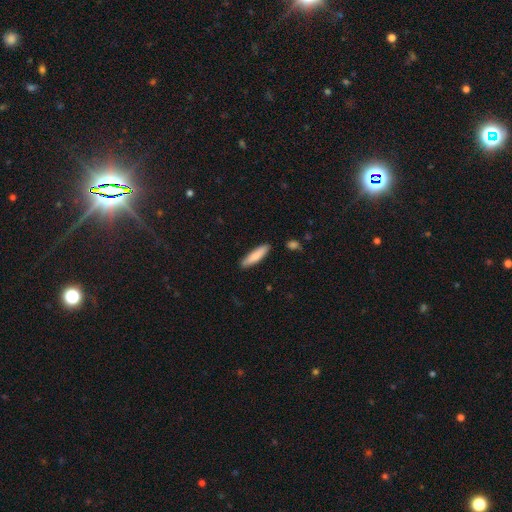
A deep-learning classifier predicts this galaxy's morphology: smooth_or_featured: smooth (p=0.80) [alt: featured or disk p=0.14]
how_rounded: cigar-shaped (p=0.77) [alt: in between p=0.22]
merging: none (p=0.87) [alt: minor disturbance p=0.09]